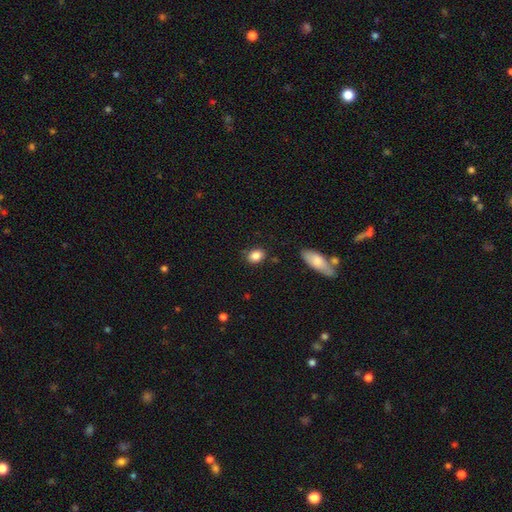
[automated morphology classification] smooth 86%, star or artifact 9%, featured or disk 6%. Down the decision tree: how rounded — in between (64%); merging — none (80%).